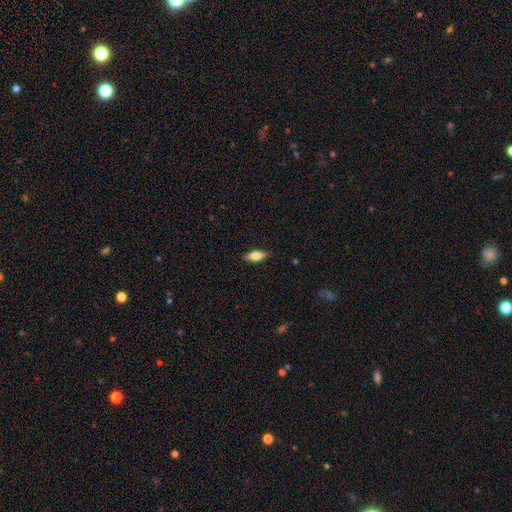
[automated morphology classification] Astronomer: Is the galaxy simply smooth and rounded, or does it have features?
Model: smooth — 59% (runner-up: featured or disk, 34%).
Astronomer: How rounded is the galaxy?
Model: in between — 68%.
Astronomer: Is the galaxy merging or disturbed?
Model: none — 87%.